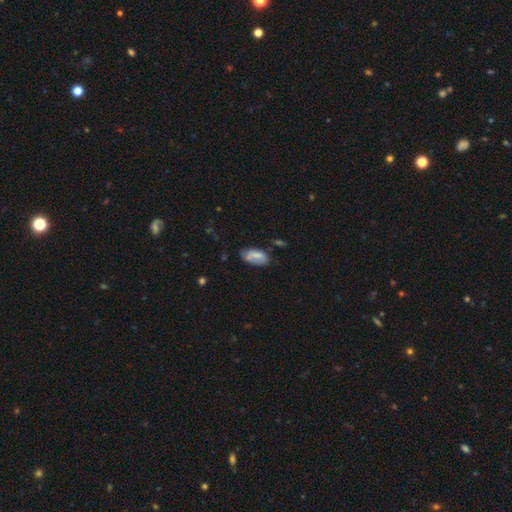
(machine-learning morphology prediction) smooth_or_featured: smooth (p=0.69) [alt: featured or disk p=0.23]
how_rounded: in between (p=0.92) [alt: cigar-shaped p=0.05]
merging: none (p=0.54) [alt: minor disturbance p=0.32]